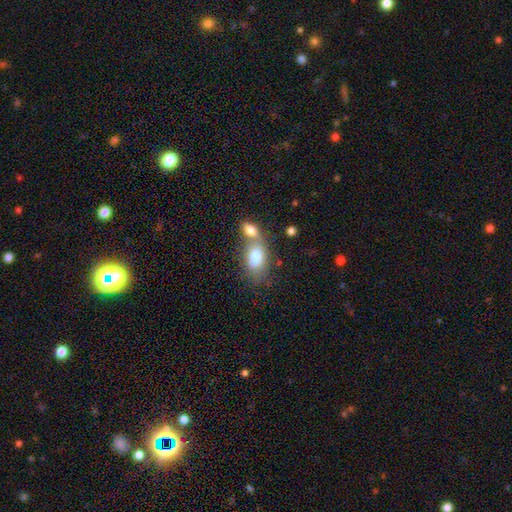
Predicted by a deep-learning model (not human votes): A smooth galaxy with no disk features (79%) that is in between round and cigar-shaped (89%).

Vote fractions:
- Smooth or featured? smooth: 79% / featured or disk: 14% / star or artifact: 7%
- How rounded? in between: 89% / round: 8% / cigar-shaped: 3%
- Merging? merger: 55% / none: 29% / minor disturbance: 10% / major disturbance: 5%